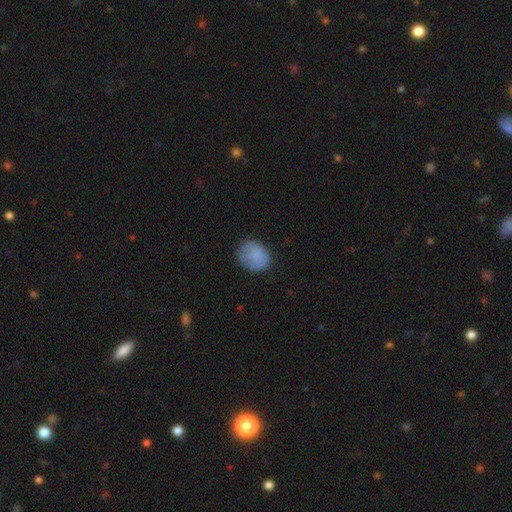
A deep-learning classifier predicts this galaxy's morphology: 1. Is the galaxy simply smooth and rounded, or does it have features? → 81% smooth, 11% featured or disk, 8% star or artifact.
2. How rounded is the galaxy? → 56% round, 43% in between, 1% cigar-shaped.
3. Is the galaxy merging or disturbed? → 72% none, 20% minor disturbance, 6% major disturbance, 1% merger.